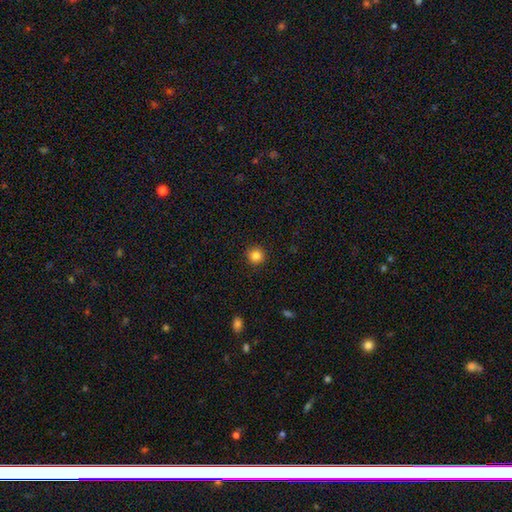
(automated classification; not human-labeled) Smooth or featured?
  - smooth: 85% *
  - star or artifact: 11%
  - featured or disk: 5%
How rounded?
  - round: 94% *
  - in between: 5%
  - cigar-shaped: 1%
Merging?
  - none: 92% *
  - minor disturbance: 5%
  - major disturbance: 2%
  - merger: 1%